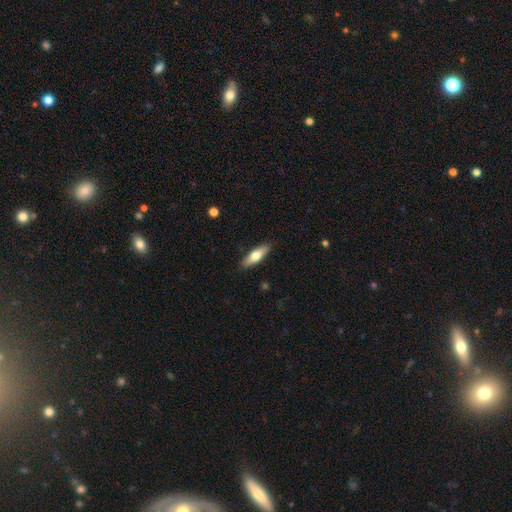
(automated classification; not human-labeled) smooth-or-featured: smooth: 65% | featured or disk: 30% | star or artifact: 6%
  how-rounded: in between: 49% (tied) | cigar-shaped: 49% (tied) | round: 2%
  merging: none: 88% | minor disturbance: 9% | major disturbance: 2% | merger: 1%